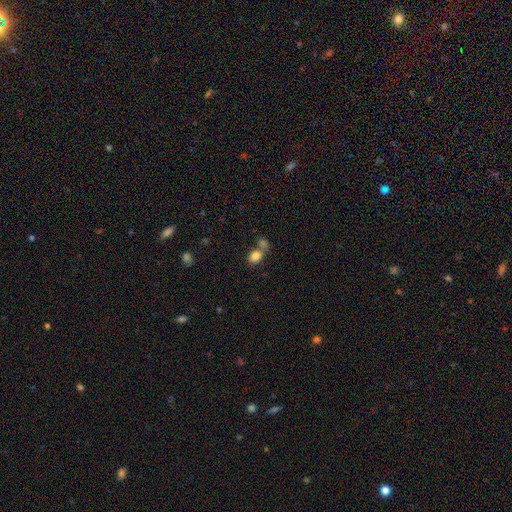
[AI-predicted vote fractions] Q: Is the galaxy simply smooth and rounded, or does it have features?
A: smooth — 83%.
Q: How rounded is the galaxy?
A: in between — 78%.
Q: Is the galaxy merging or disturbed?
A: none — 47%.